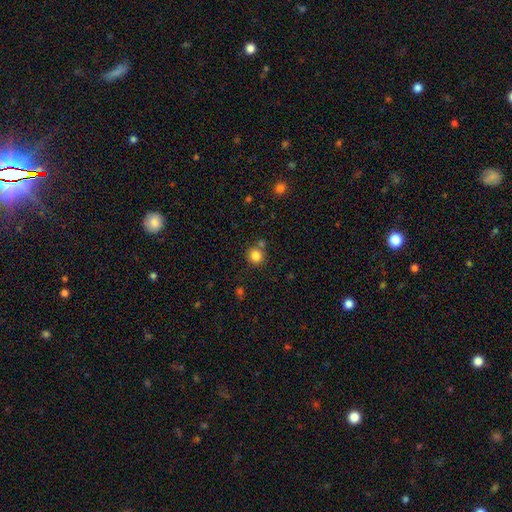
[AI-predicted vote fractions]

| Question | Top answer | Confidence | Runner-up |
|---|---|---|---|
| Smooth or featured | smooth | 84% | star or artifact (11%) |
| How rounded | round | 92% | in between (7%) |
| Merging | none | 75% | merger (13%) |